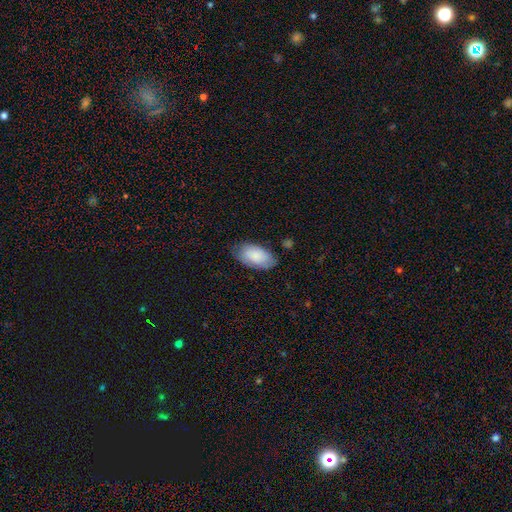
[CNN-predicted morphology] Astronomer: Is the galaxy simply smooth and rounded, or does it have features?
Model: smooth — 83%.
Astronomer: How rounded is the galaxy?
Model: in between — 95%.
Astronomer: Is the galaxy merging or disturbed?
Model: none — 73%.